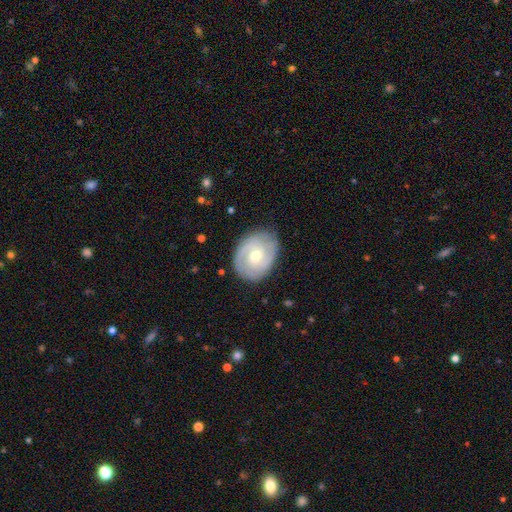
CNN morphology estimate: This appears to be a featured or disk galaxy (78%) with no bar (61%), 2 (51%) tight (55%) spiral arms (92%) and a moderate central bulge (51%). Merging: none (81%).